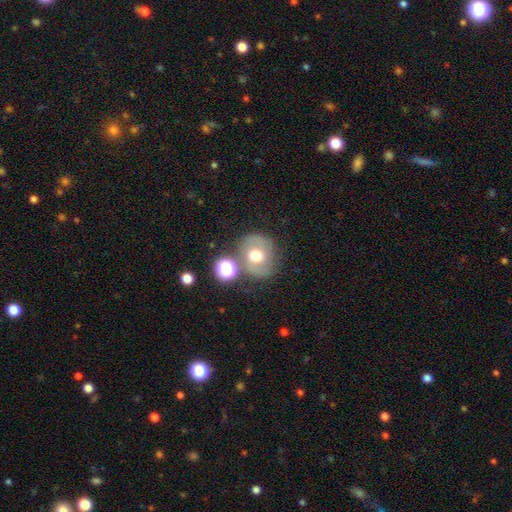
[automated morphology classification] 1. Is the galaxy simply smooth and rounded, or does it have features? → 46% featured or disk, 43% smooth, 11% star or artifact.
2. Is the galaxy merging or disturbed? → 67% none, 15% minor disturbance, 11% merger, 7% major disturbance.